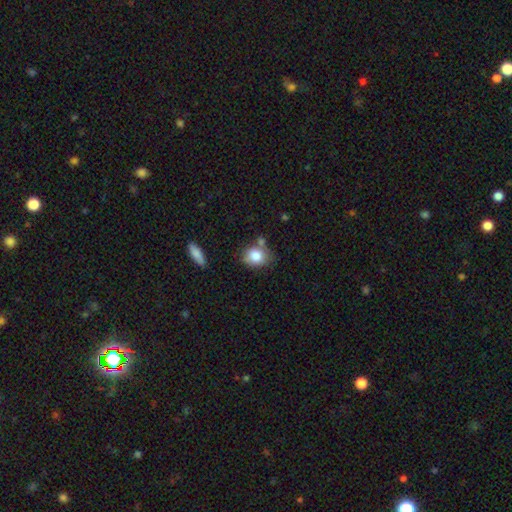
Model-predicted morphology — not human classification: This is clearly a smooth galaxy (82%). How rounded: possibly round (50%). Merging: possibly none (60%).